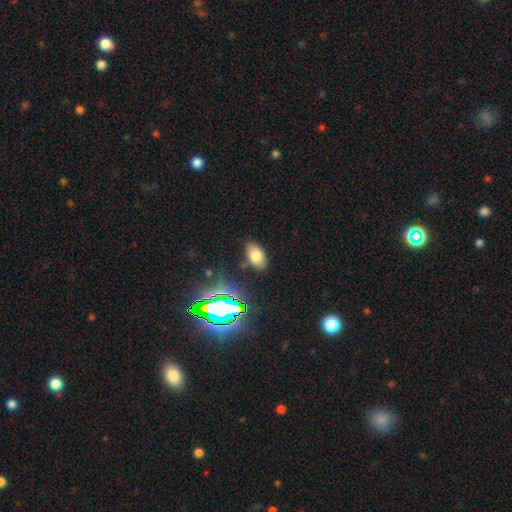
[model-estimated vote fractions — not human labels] Smooth or featured?
  - smooth: 72% *
  - star or artifact: 18%
  - featured or disk: 11%
How rounded?
  - in between: 92% *
  - round: 7%
  - cigar-shaped: 2%
Merging?
  - none: 82% *
  - minor disturbance: 12%
  - major disturbance: 3%
  - merger: 2%